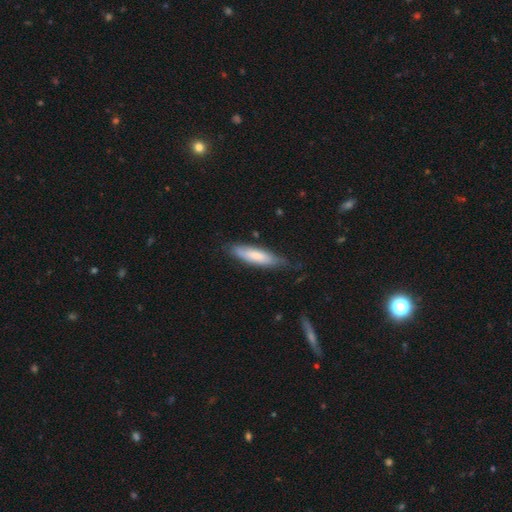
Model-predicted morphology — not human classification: smooth_or_featured: smooth (p=0.71) [alt: featured or disk p=0.24]
how_rounded: cigar-shaped (p=0.63) [alt: in between p=0.36]
merging: none (p=0.70) [alt: minor disturbance p=0.24]